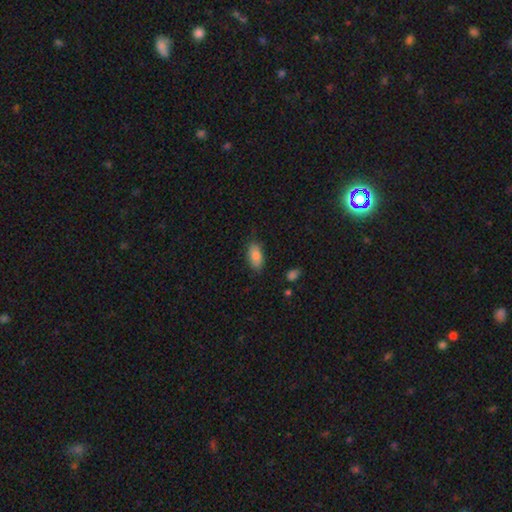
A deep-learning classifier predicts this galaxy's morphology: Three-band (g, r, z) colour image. It shows a smooth galaxy with no disk features (84%) that is in between round and cigar-shaped (91%). Merging: none (80%).